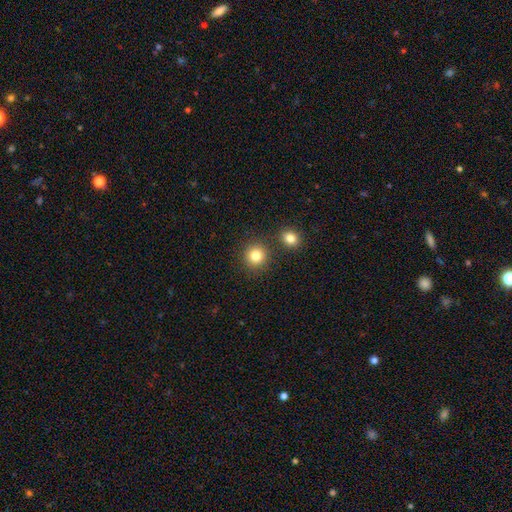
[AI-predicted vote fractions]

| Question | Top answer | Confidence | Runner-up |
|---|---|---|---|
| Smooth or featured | smooth | 83% | star or artifact (11%) |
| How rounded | round | 91% | in between (8%) |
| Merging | none | 84% | merger (7%) |